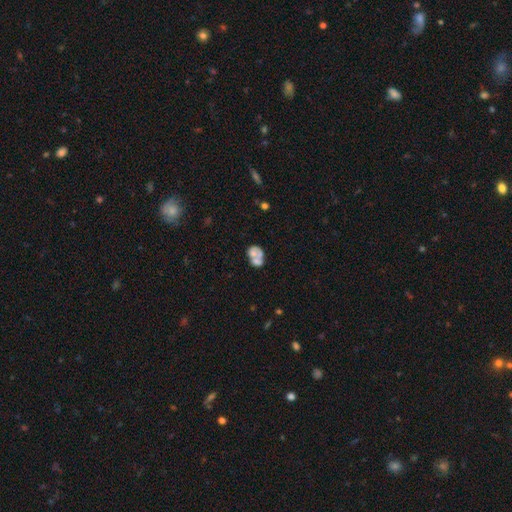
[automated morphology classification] Smooth or featured? Predicted: smooth (p=0.47). Merging? Predicted: merger (p=0.51).